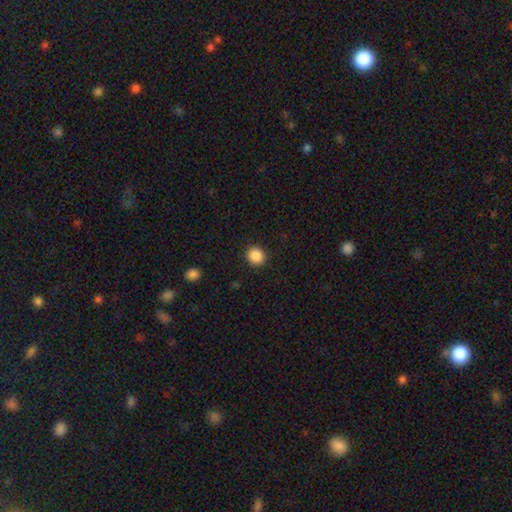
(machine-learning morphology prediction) smooth-or-featured: smooth: 88% | star or artifact: 9% | featured or disk: 3%
  how-rounded: round: 88% | in between: 11% | cigar-shaped: 1%
  merging: none: 91% | minor disturbance: 6% | major disturbance: 2% | merger: 1%